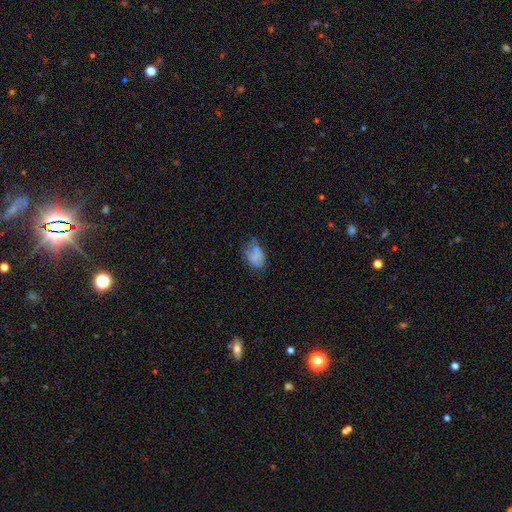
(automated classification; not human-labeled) Morphology: type=smooth (68%); roundness=in between (83%); merging=none (47%).